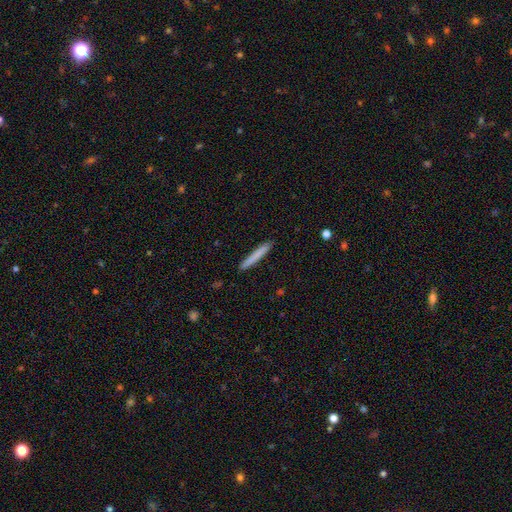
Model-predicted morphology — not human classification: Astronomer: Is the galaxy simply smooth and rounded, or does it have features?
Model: smooth — 76%.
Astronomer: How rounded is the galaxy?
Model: cigar-shaped — 96%.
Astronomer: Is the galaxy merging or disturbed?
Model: none — 91%.